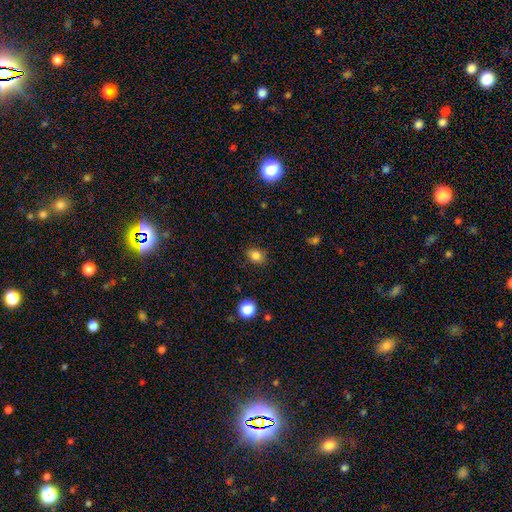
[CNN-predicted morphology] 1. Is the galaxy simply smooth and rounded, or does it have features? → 83% smooth, 12% star or artifact, 5% featured or disk.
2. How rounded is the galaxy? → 53% in between, 46% round, 1% cigar-shaped.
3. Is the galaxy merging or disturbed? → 83% none, 12% minor disturbance, 3% major disturbance, 1% merger.